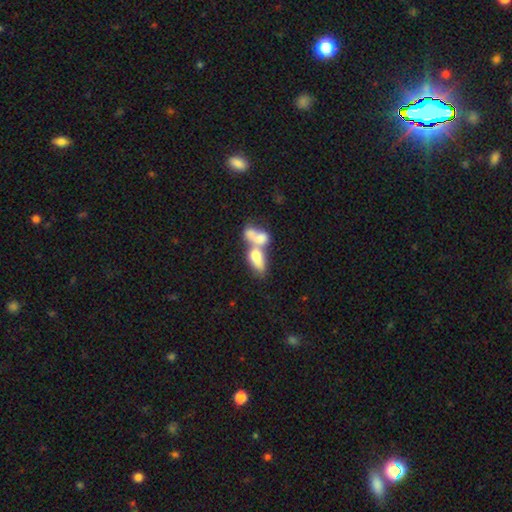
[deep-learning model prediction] Overall: smooth (65%; featured or disk 27%). How rounded: in between (79%). Merging: merger (76%).